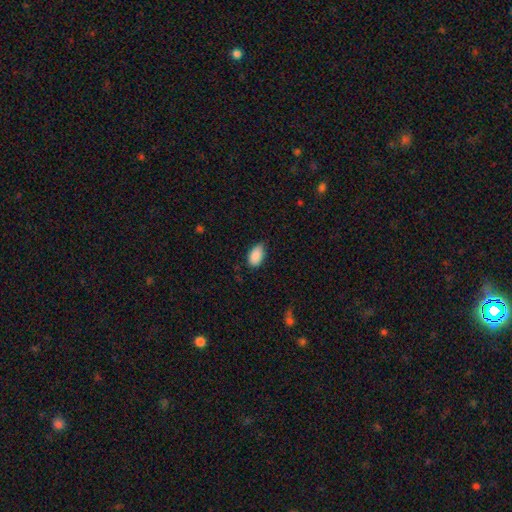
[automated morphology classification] smooth-or-featured: smooth: 89% | star or artifact: 7% | featured or disk: 4%
  how-rounded: in between: 93% | round: 5% | cigar-shaped: 2%
  merging: none: 68% | minor disturbance: 27% | major disturbance: 4% | merger: 1%